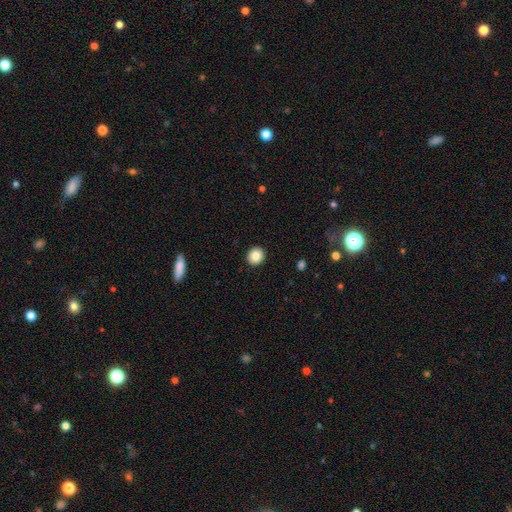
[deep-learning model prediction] This appears to be a smooth galaxy with no disk features (84%) that is round (87%). Merging: none (93%).